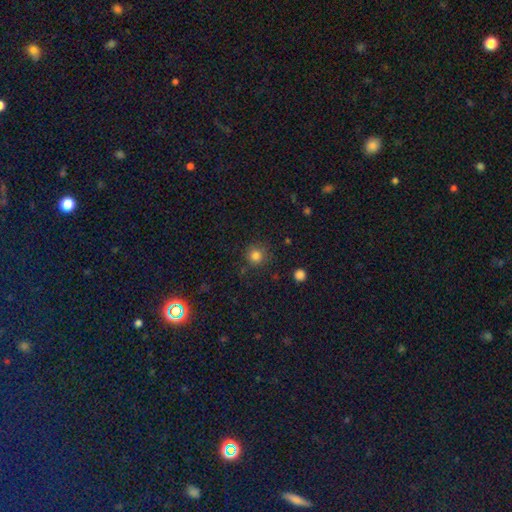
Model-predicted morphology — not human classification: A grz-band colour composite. It shows a smooth galaxy with no disk features (81%) that is round (94%). Merging: none (85%).